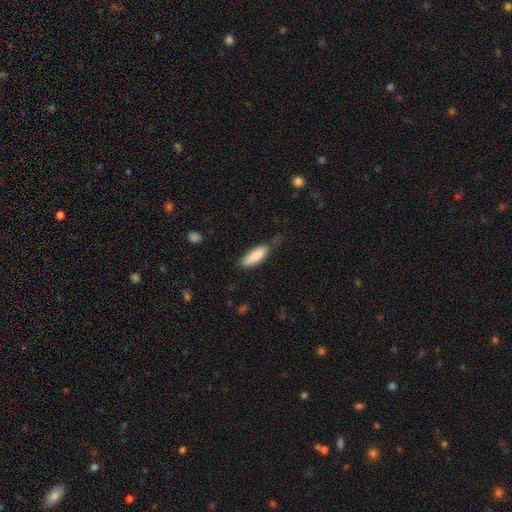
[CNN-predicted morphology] type=smooth (84%); roundness=in between (65%); merging=none (59%).